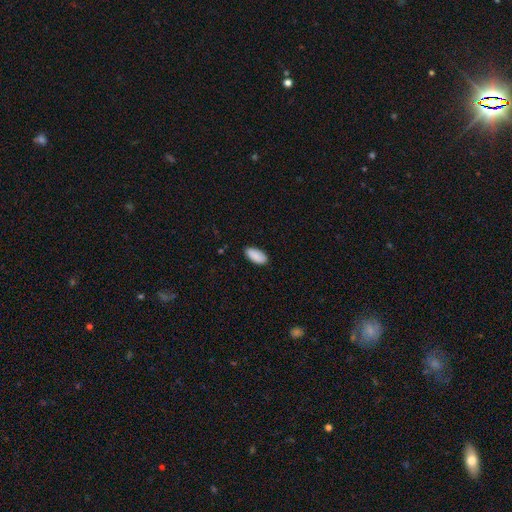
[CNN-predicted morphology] Smooth or featured? smooth (91%)
How rounded? in between (93%)
Merging? none (88%)